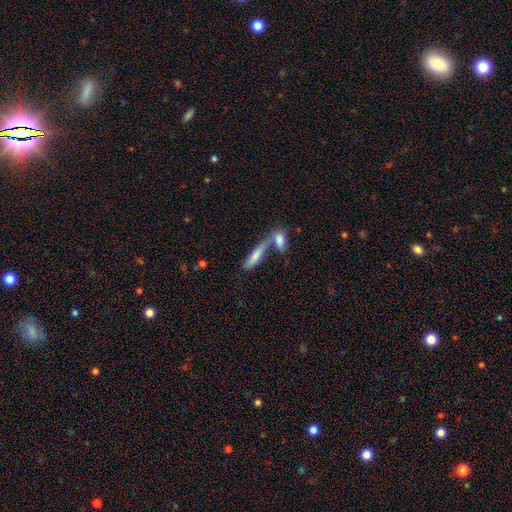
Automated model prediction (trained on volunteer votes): The model was most divided on "merging": merger: 47%, none: 38%, minor disturbance: 10%, major disturbance: 5%. More confident: smooth or featured — smooth (72%); how rounded — cigar-shaped (69%).